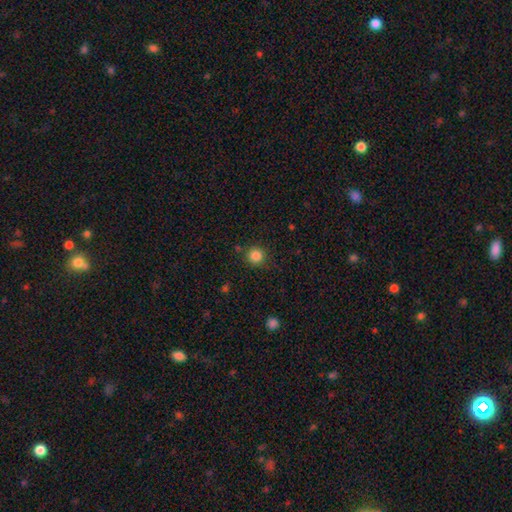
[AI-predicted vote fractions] smooth 85%, star or artifact 11%, featured or disk 4%. Down the decision tree: how rounded — round (94%); merging — none (87%).